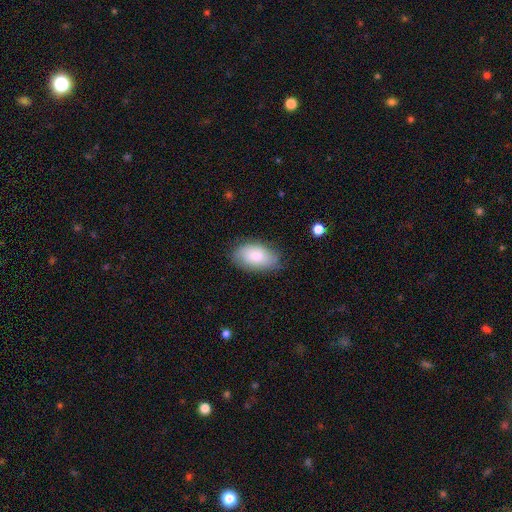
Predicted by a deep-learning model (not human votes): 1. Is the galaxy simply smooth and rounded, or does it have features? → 77% smooth, 17% featured or disk, 6% star or artifact.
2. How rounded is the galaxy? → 94% in between, 4% round, 2% cigar-shaped.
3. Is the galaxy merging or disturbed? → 76% none, 18% minor disturbance, 4% major disturbance, 1% merger.